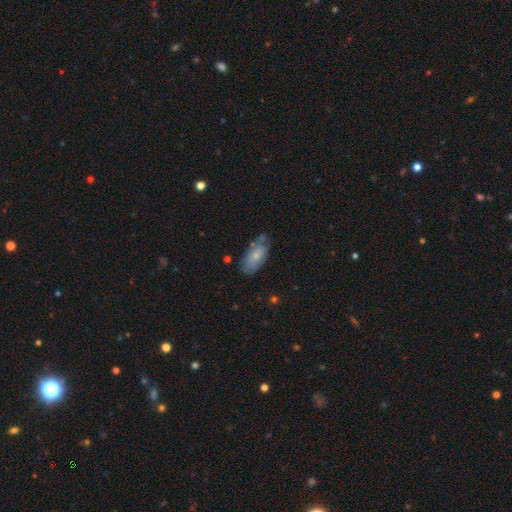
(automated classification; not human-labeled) Smooth or featured: smooth — 74% (featured or disk — 19%)
How rounded: in between — 90% (cigar-shaped — 8%)
Merging: none — 64% (minor disturbance — 24%)